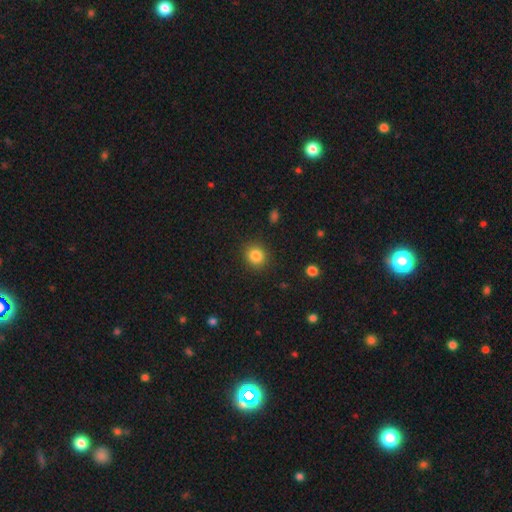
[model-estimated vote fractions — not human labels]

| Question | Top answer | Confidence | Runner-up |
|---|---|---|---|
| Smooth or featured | smooth | 84% | star or artifact (10%) |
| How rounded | round | 84% | in between (15%) |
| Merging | none | 89% | minor disturbance (7%) |